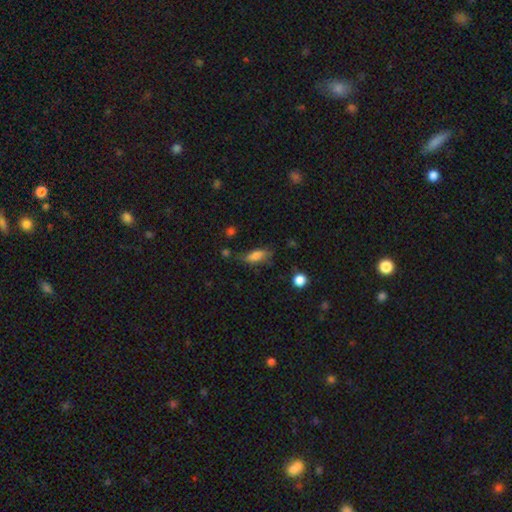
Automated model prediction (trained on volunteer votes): Q: Smooth or featured?
A: smooth (75%); runner-up: featured or disk (16%)
Q: How rounded?
A: in between (76%); runner-up: cigar-shaped (21%)
Q: Merging?
A: none (53%); runner-up: minor disturbance (30%)